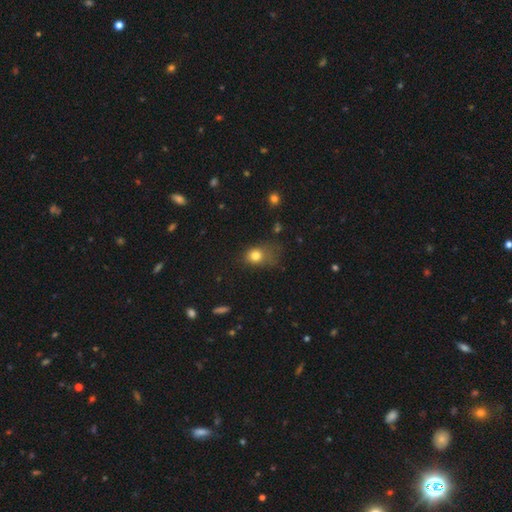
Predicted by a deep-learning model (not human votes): A smooth galaxy with no disk features (77%) that is round (51%).

Vote fractions:
- Smooth or featured? smooth: 77% / star or artifact: 13% / featured or disk: 10%
- How rounded? round: 51% / in between: 47% / cigar-shaped: 2%
- Merging? none: 36% / major disturbance: 31% / minor disturbance: 30% / merger: 3%